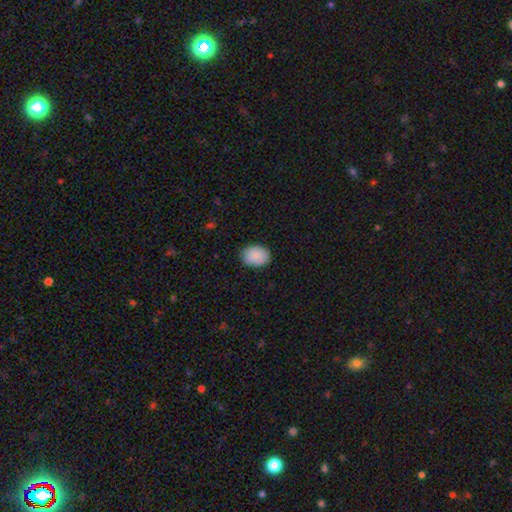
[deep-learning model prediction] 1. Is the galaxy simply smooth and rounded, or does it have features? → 89% smooth, 7% star or artifact, 4% featured or disk.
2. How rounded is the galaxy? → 71% in between, 28% round, 1% cigar-shaped.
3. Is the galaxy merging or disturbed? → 85% none, 12% minor disturbance, 2% major disturbance, 1% merger.